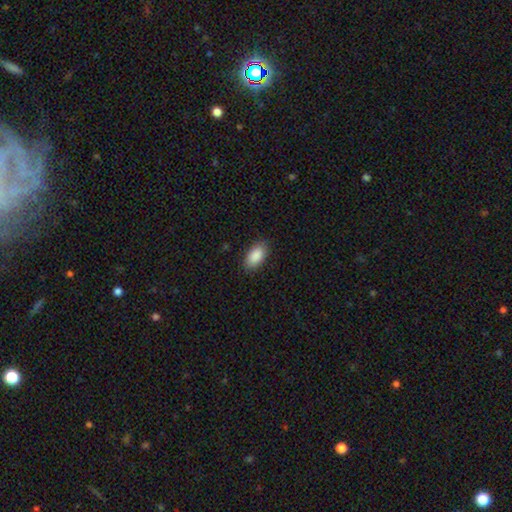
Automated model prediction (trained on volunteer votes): This appears to be a smooth galaxy with no disk features (90%) that is in between round and cigar-shaped (94%). Merging: none (86%).